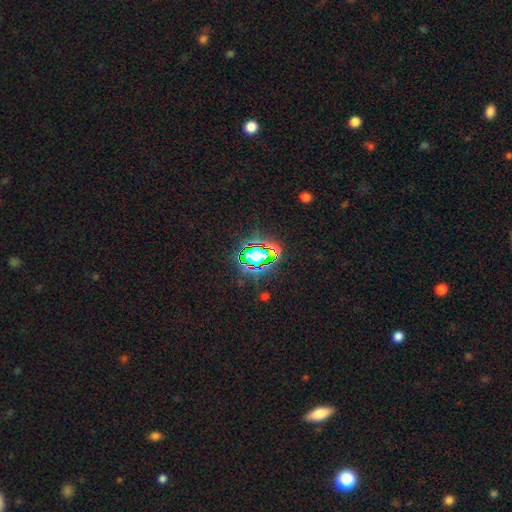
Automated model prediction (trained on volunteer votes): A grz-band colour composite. It shows a star or artifact, not a galaxy (69%).